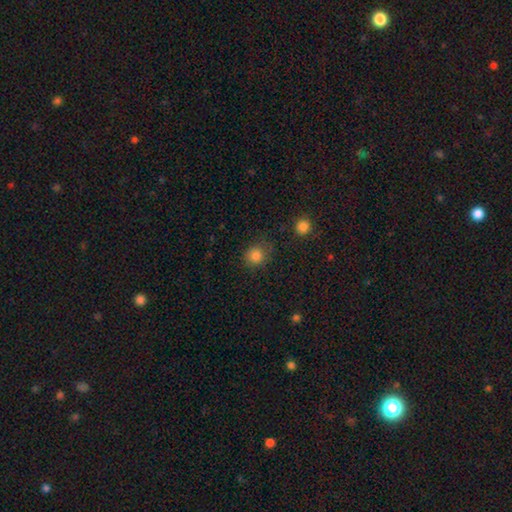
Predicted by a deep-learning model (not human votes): smooth-or-featured: smooth: 84% | star or artifact: 12% | featured or disk: 4%
  how-rounded: round: 84% | in between: 15% | cigar-shaped: 1%
  merging: none: 77% | minor disturbance: 15% | major disturbance: 5% | merger: 3%